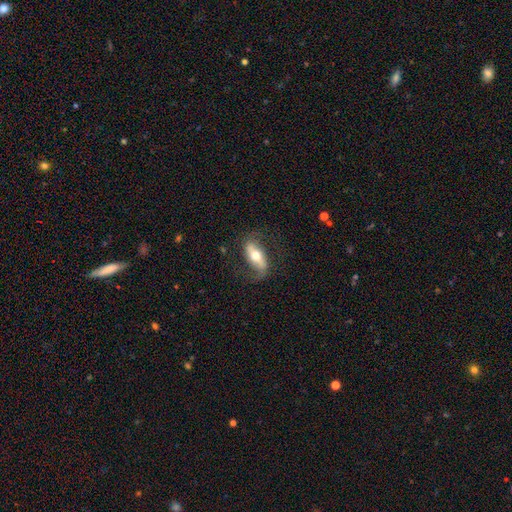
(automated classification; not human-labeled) smooth_or_featured: featured or disk (p=0.61) [alt: smooth p=0.33]
disk_edge_on: no (p=0.78) [alt: yes p=0.22]
merging: none (p=0.72) [alt: minor disturbance p=0.17]